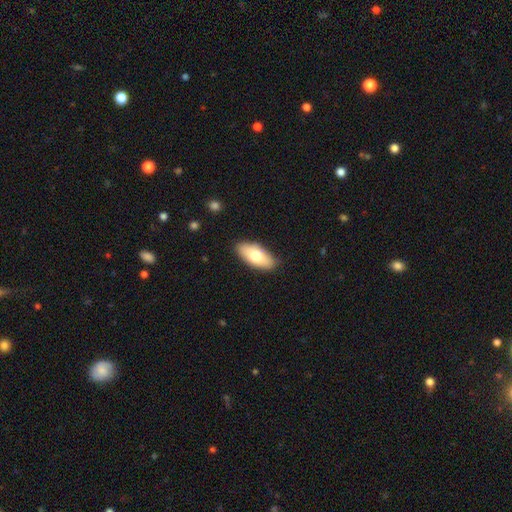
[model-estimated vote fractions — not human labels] Smooth or featured: smooth — 72% (featured or disk — 22%)
How rounded: in between — 89% (cigar-shaped — 9%)
Merging: none — 86% (minor disturbance — 11%)